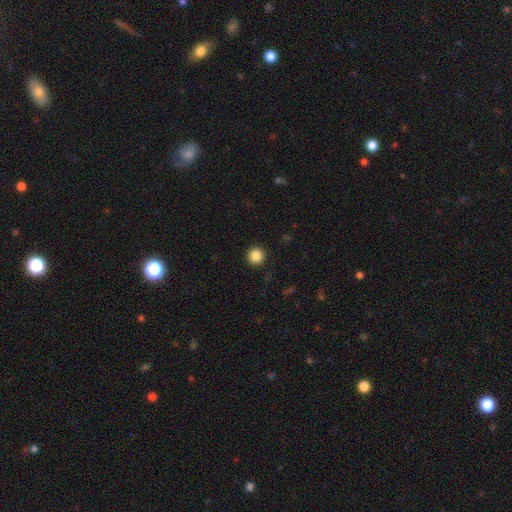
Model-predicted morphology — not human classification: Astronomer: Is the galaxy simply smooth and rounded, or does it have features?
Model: smooth — 86%.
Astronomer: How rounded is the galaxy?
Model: round — 94%.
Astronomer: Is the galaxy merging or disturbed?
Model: none — 92%.